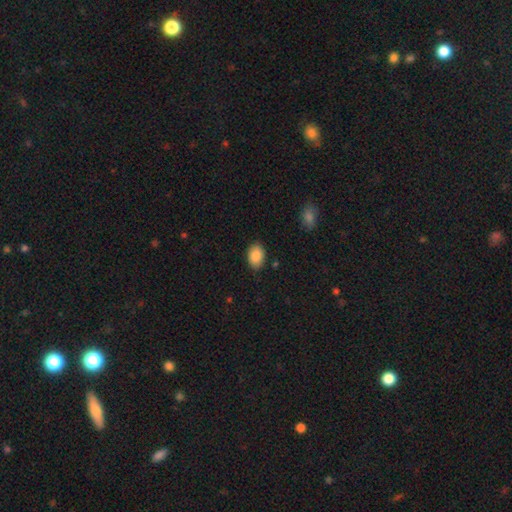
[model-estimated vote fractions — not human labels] The model was most divided on "how rounded": in between: 87%, round: 12%, cigar-shaped: 1%. More confident: smooth or featured — smooth (88%); merging — none (86%).